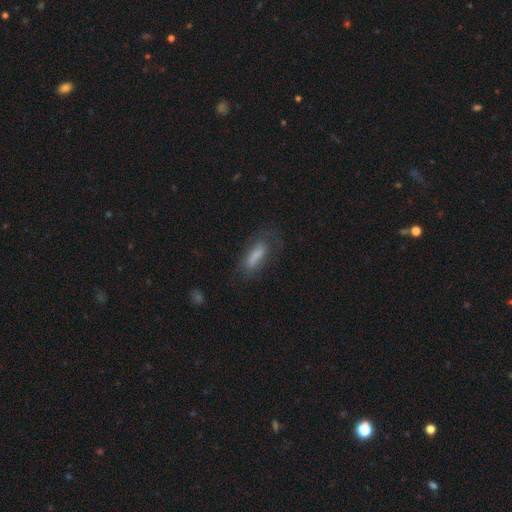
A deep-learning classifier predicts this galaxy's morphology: smooth-or-featured: smooth: 69% | featured or disk: 22% | star or artifact: 9%
  how-rounded: cigar-shaped: 51% | in between: 47% | round: 2%
  merging: none: 58% | minor disturbance: 24% | major disturbance: 15% | merger: 2%